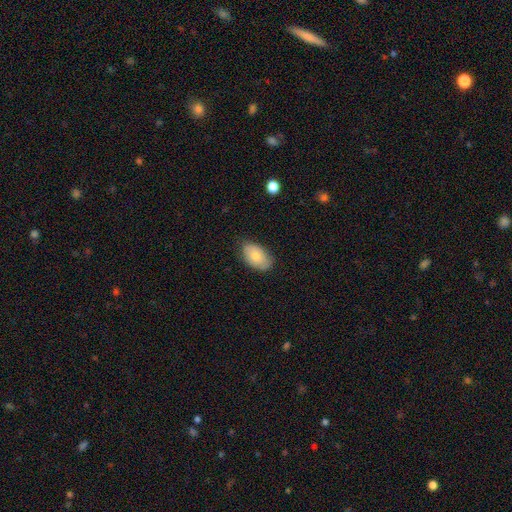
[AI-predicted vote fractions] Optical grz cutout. It shows a smooth galaxy with no disk features (77%) that is in between round and cigar-shaped (92%). Merging: none (78%).